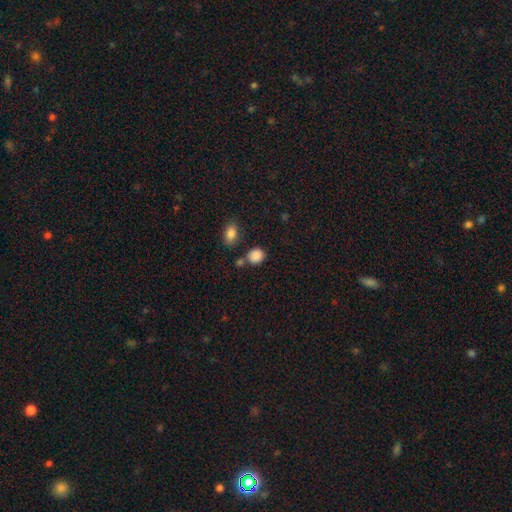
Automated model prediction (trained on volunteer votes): Q: Smooth or featured?
A: smooth (87%); runner-up: star or artifact (9%)
Q: How rounded?
A: round (73%); runner-up: in between (26%)
Q: Merging?
A: none (69%); runner-up: minor disturbance (13%)